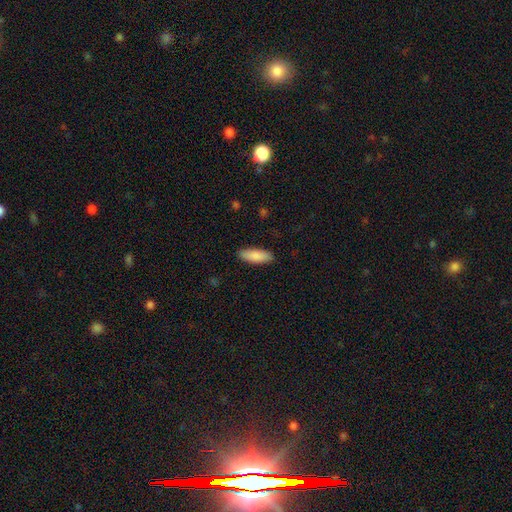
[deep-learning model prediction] Q: Smooth or featured?
A: smooth (88%); runner-up: featured or disk (7%)
Q: How rounded?
A: in between (62%); runner-up: cigar-shaped (36%)
Q: Merging?
A: none (89%); runner-up: minor disturbance (8%)